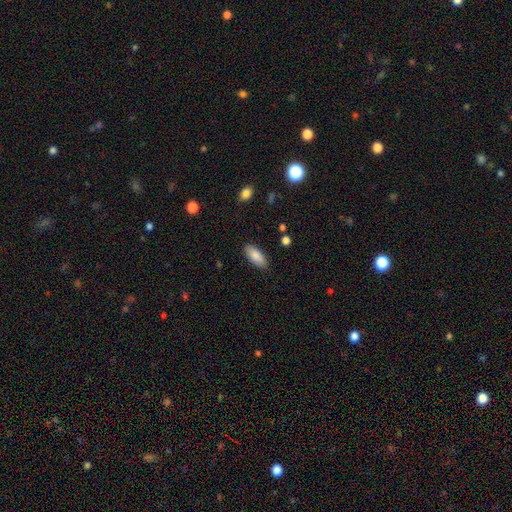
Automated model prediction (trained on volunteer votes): Smooth or featured?
  - smooth: 87% *
  - featured or disk: 7%
  - star or artifact: 6%
How rounded?
  - in between: 86% *
  - cigar-shaped: 12%
  - round: 2%
Merging?
  - none: 86% *
  - minor disturbance: 10%
  - major disturbance: 2%
  - merger: 1%